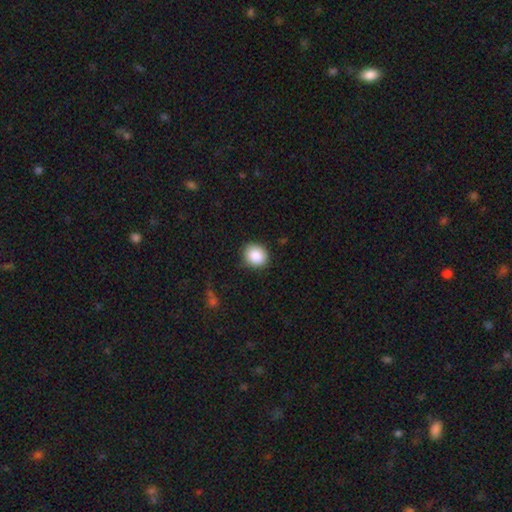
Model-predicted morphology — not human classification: Q: Smooth or featured?
A: smooth (88%); runner-up: star or artifact (8%)
Q: How rounded?
A: round (70%); runner-up: in between (29%)
Q: Merging?
A: none (86%); runner-up: minor disturbance (10%)